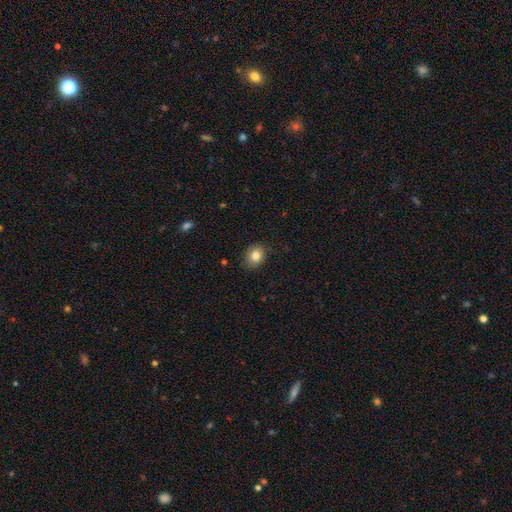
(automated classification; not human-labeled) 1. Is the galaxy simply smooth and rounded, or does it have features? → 82% smooth, 9% star or artifact, 9% featured or disk.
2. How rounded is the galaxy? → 59% round, 40% in between, 1% cigar-shaped.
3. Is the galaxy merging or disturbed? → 83% none, 13% minor disturbance, 3% major disturbance, 1% merger.